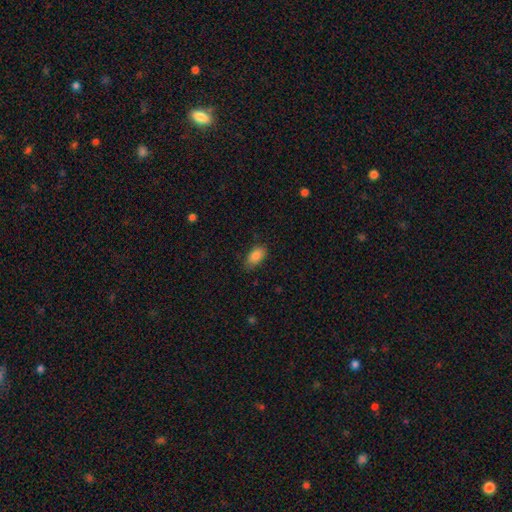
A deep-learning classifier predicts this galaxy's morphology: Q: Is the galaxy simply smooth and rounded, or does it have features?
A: smooth — 87%.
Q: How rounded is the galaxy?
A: in between — 92%.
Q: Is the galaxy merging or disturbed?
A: none — 79%.